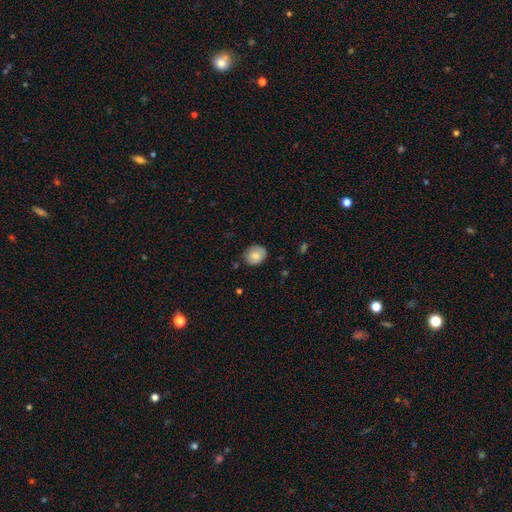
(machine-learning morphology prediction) A smooth galaxy with no disk features (79%) that is round (61%). Merging: none (77%).